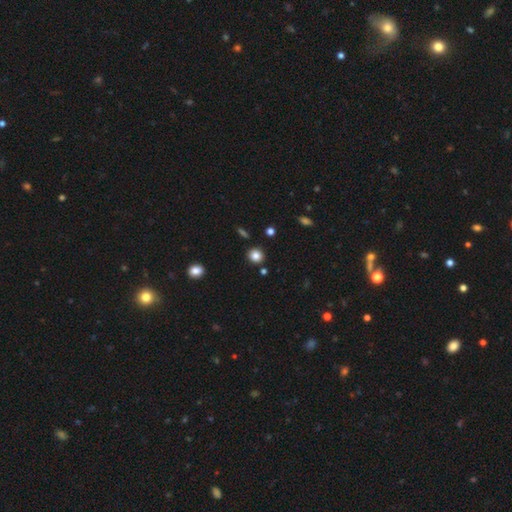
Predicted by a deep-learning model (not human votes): Smooth or featured: smooth — 83% (star or artifact — 11%)
How rounded: round — 89% (in between — 10%)
Merging: none — 88% (minor disturbance — 7%)